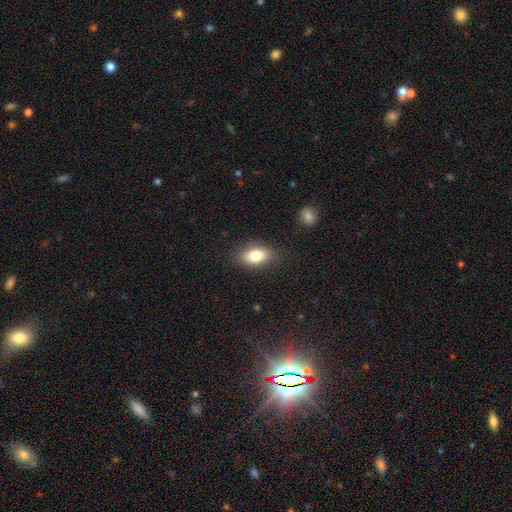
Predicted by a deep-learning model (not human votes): The model was most divided on "smooth or featured": smooth: 80%, featured or disk: 11%, star or artifact: 8%. More confident: how rounded — in between (86%); merging — none (82%).